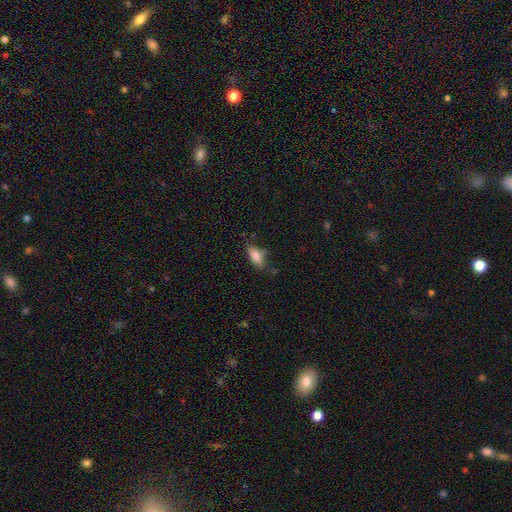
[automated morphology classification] This is clearly a smooth galaxy (82%). How rounded: likely in between (78%). Merging: likely none (69%).